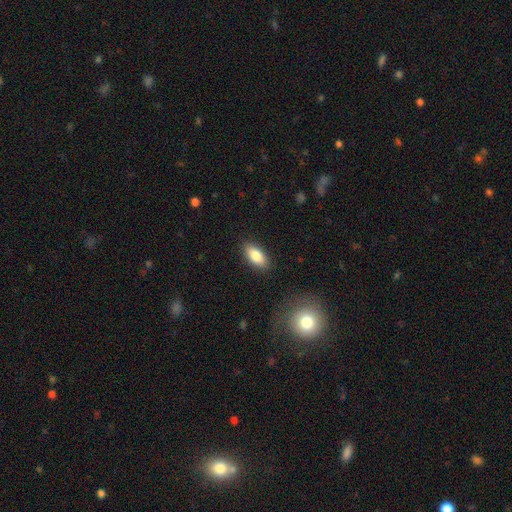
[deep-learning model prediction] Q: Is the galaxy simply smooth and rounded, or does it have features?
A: smooth — 83%.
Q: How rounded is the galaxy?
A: in between — 87%.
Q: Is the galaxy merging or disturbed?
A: none — 88%.